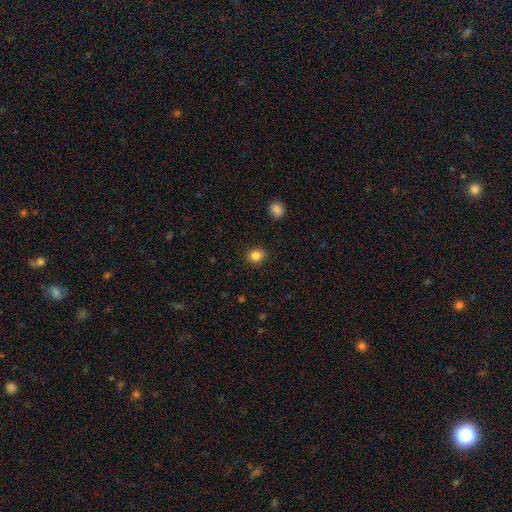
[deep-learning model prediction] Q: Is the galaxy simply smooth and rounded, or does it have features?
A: smooth — 85%.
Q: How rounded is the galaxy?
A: round — 67%.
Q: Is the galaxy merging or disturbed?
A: none — 88%.